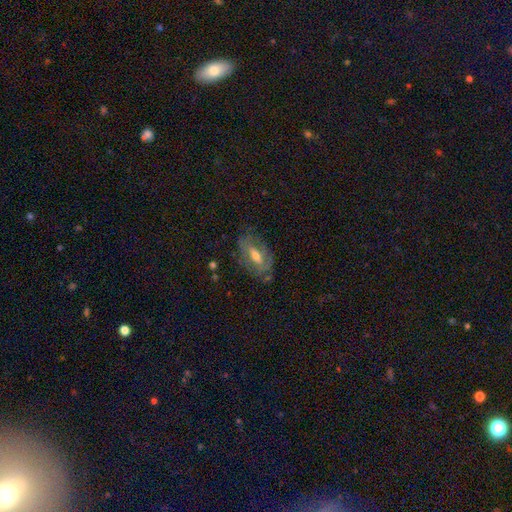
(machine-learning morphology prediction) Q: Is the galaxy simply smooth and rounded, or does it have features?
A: featured or disk — 60%.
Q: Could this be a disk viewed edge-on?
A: no — 85%.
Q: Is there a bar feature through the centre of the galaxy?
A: weak — 42%.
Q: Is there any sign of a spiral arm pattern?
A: yes — 57%.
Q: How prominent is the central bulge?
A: moderate — 65%.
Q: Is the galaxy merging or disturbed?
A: none — 67%.